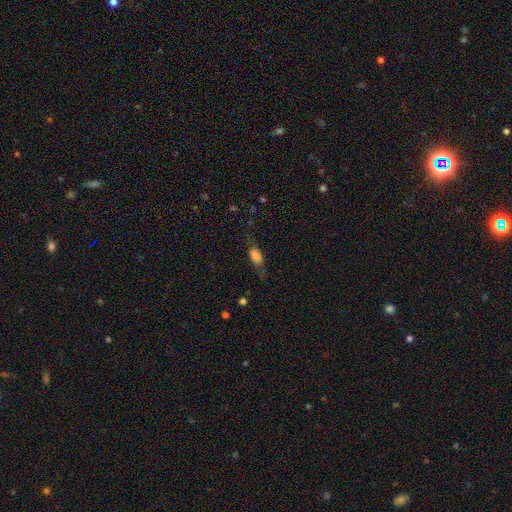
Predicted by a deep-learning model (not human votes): Morphology: type=smooth (73%); roundness=in between (75%); merging=none (56%).